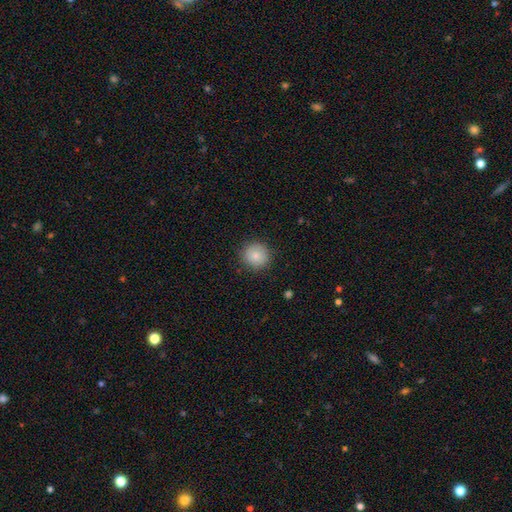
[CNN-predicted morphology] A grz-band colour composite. It shows a smooth galaxy with no disk features (83%) that is round (93%). Merging: none (89%).